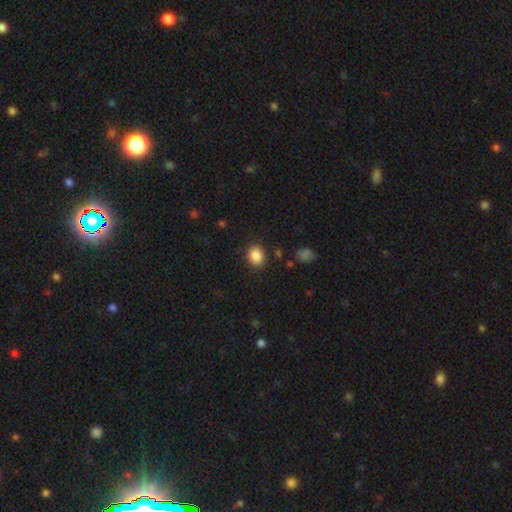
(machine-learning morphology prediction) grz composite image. It shows a smooth galaxy with no disk features (87%) that is round (60%). Merging: none (87%).